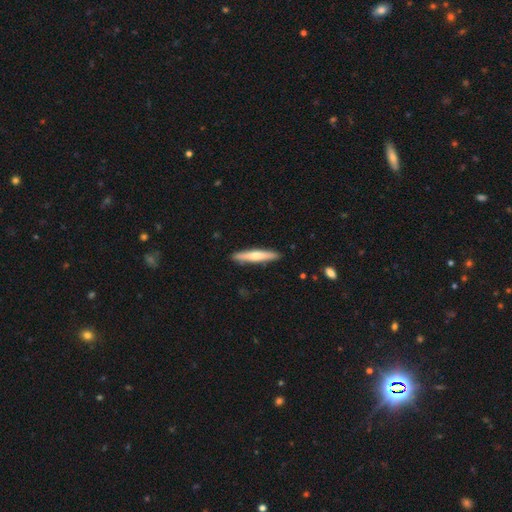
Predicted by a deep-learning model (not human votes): Q: Smooth or featured?
A: smooth (56%); runner-up: featured or disk (40%)
Q: How rounded?
A: cigar-shaped (92%); runner-up: in between (7%)
Q: Merging?
A: none (90%); runner-up: minor disturbance (7%)